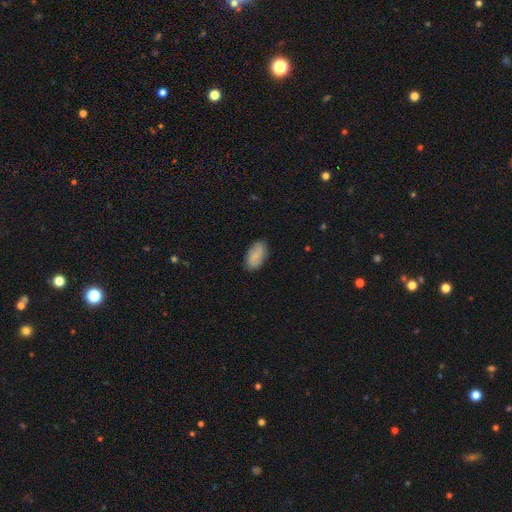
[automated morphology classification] A smooth galaxy with no disk features (70%) that is in between round and cigar-shaped (93%).

Vote fractions:
- Smooth or featured? smooth: 70% / featured or disk: 22% / star or artifact: 7%
- How rounded? in between: 93% / round: 4% / cigar-shaped: 3%
- Merging? none: 84% / minor disturbance: 12% / major disturbance: 3% / merger: 1%